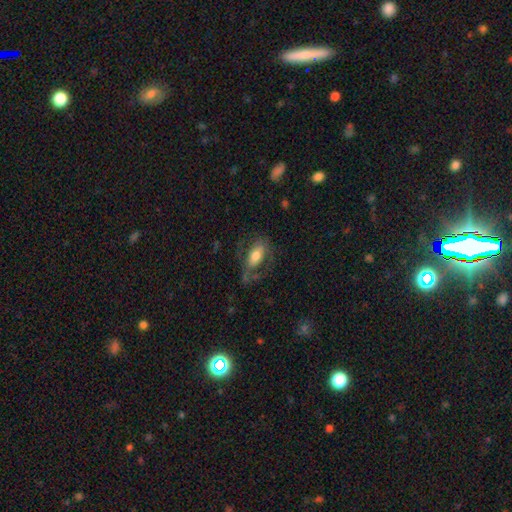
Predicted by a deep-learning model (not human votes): Morphology: type=smooth (51%); roundness=in between (86%); merging=none (49%).